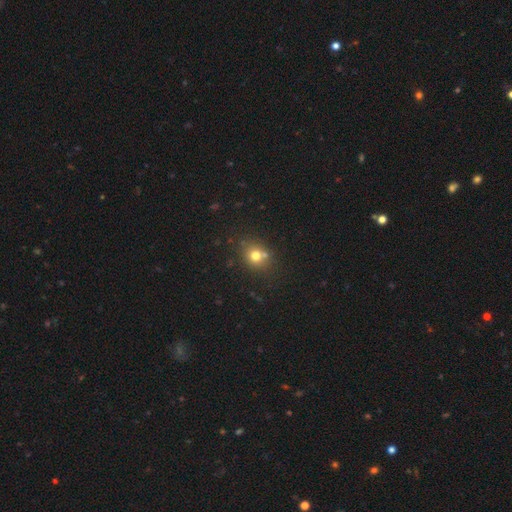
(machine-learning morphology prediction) smooth 72%, star or artifact 15%, featured or disk 13%. Down the decision tree: how rounded — round (72%); merging — none (65%).